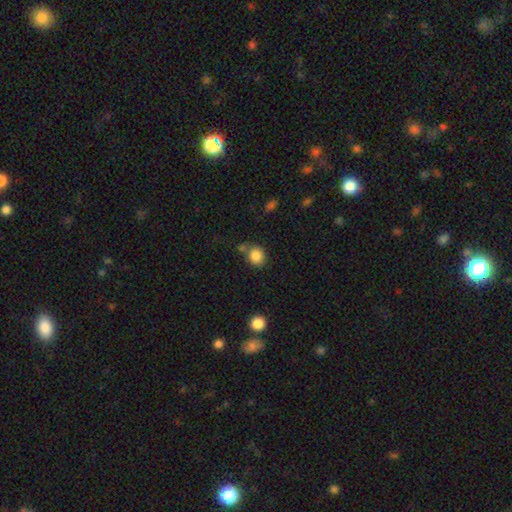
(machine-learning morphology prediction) The model was most divided on "how rounded": round: 74%, in between: 25%, cigar-shaped: 1%. More confident: smooth or featured — smooth (84%); merging — none (66%).